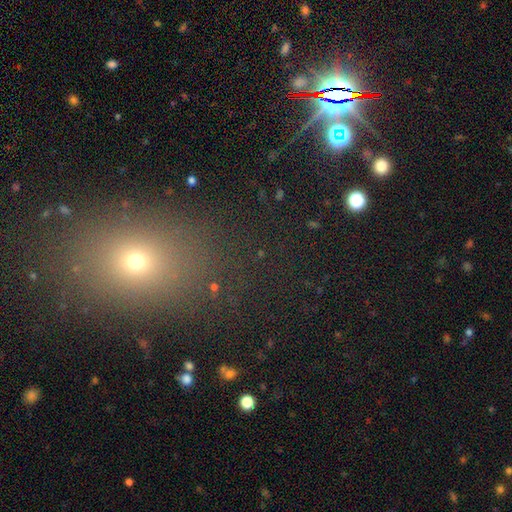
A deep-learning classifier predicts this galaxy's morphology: smooth_or_featured: smooth (p=0.48) [alt: star or artifact p=0.42]
merging: none (p=0.85) [alt: minor disturbance p=0.08]